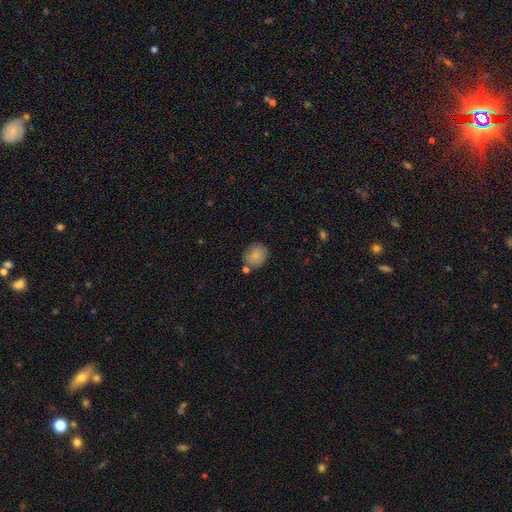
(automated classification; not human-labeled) smooth_or_featured: smooth (p=0.85) [alt: star or artifact p=0.08]
how_rounded: round (p=0.65) [alt: in between p=0.34]
merging: none (p=0.72) [alt: minor disturbance p=0.15]